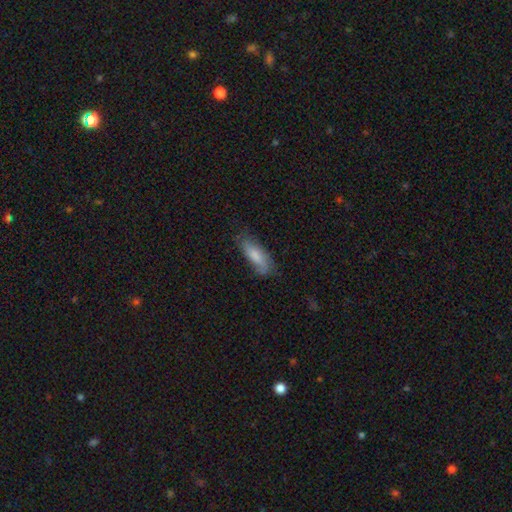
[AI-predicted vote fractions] Smooth or featured? Predicted: smooth (p=0.75). How rounded? Predicted: in between (p=0.62). Merging? Predicted: none (p=0.64).